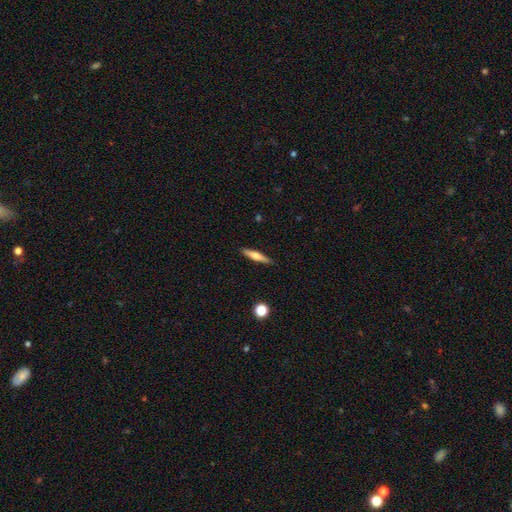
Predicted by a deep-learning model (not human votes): smooth_or_featured: smooth (p=0.52) [alt: featured or disk p=0.42]
how_rounded: cigar-shaped (p=0.86) [alt: in between p=0.12]
merging: none (p=0.89) [alt: minor disturbance p=0.08]